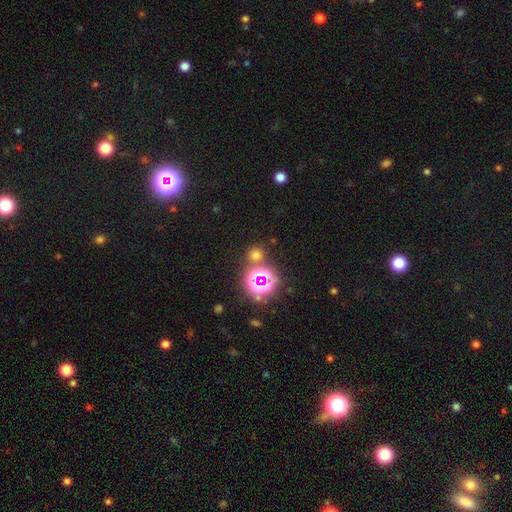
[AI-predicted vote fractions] Smooth or featured?
  - smooth: 58% *
  - star or artifact: 36%
  - featured or disk: 6%
How rounded?
  - round: 89% *
  - in between: 10%
  - cigar-shaped: 1%
Merging?
  - none: 77% *
  - merger: 11%
  - minor disturbance: 8%
  - major disturbance: 3%